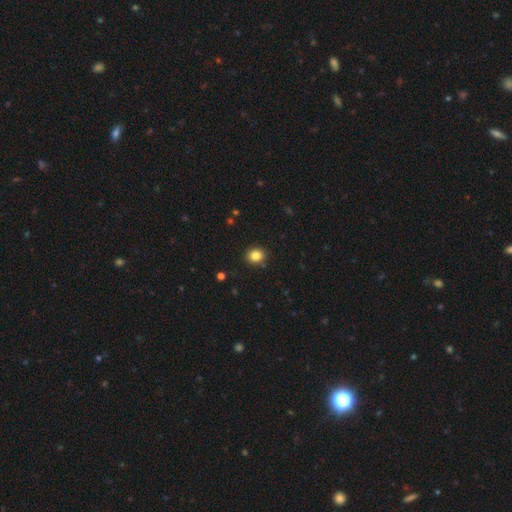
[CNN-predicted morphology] Smooth or featured: smooth — 83% (star or artifact — 11%)
How rounded: round — 75% (in between — 25%)
Merging: none — 89% (minor disturbance — 7%)